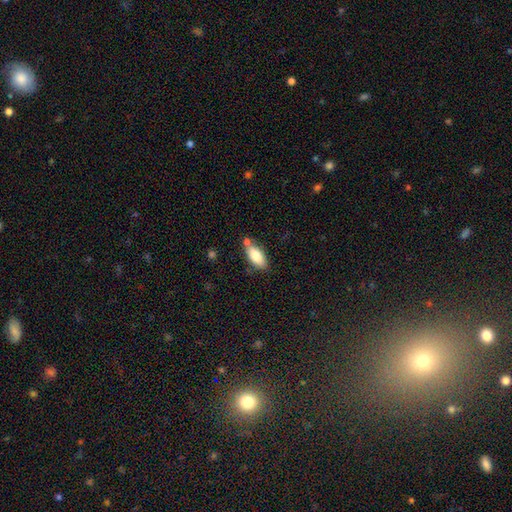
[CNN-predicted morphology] This is clearly a smooth galaxy (81%). How rounded: clearly in between (83%). Merging: likely none (65%).